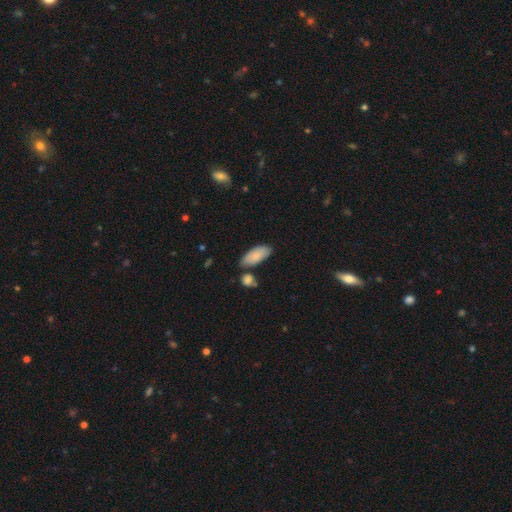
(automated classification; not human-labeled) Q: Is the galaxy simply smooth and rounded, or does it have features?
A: smooth — 86%.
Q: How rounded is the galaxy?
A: in between — 88%.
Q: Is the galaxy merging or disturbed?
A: none — 70%.